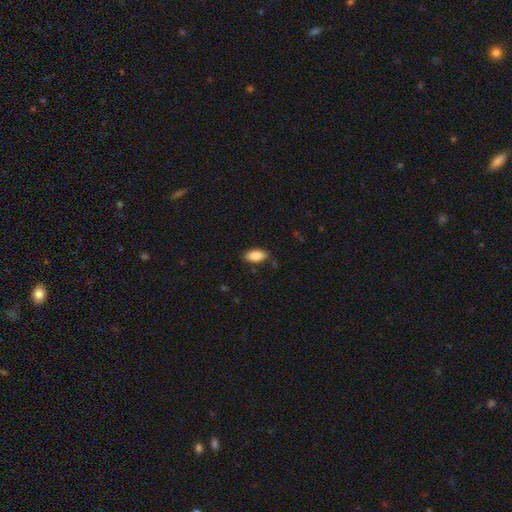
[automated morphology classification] Smooth or featured? smooth (85%)
How rounded? in between (91%)
Merging? none (83%)